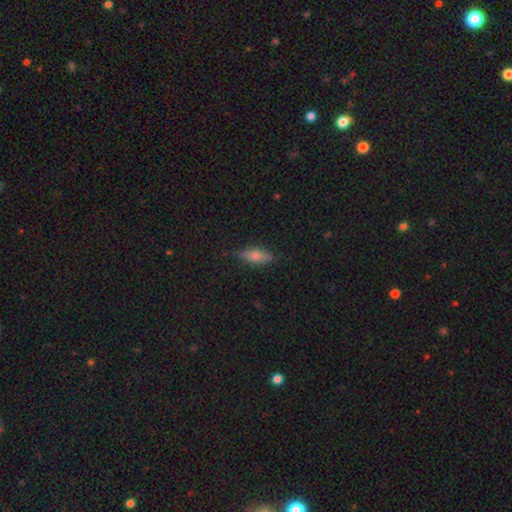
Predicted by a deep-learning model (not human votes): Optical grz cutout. It shows a smooth galaxy with no disk features (67%) that is in between round and cigar-shaped (64%). Merging: none (79%).